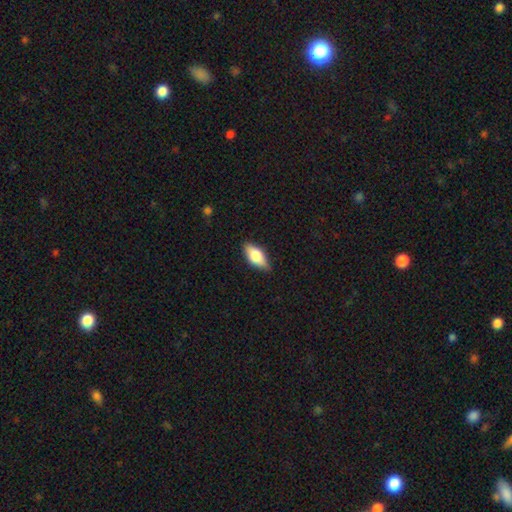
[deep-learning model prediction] smooth 68%, featured or disk 26%, star or artifact 7%. Down the decision tree: how rounded — in between (84%); merging — none (83%).